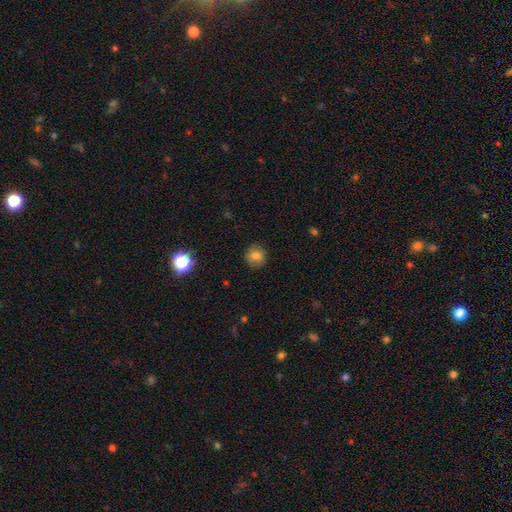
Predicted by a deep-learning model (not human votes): smooth 78%, star or artifact 12%, featured or disk 10%. Down the decision tree: how rounded — round (87%); merging — none (87%).